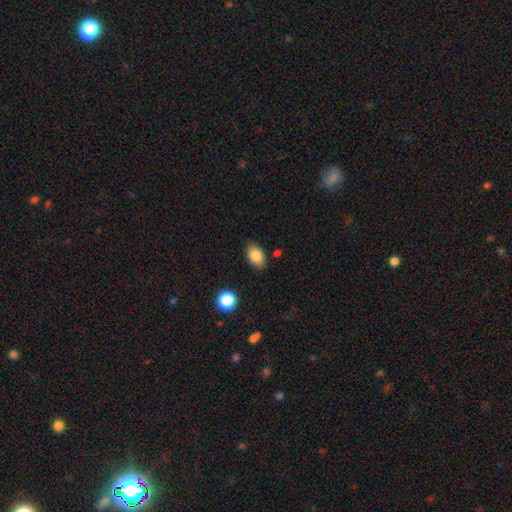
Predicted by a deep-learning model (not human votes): The model was most divided on "merging": none: 83%, minor disturbance: 12%, major disturbance: 3%, merger: 2%. More confident: how rounded — in between (87%); smooth or featured — smooth (85%).